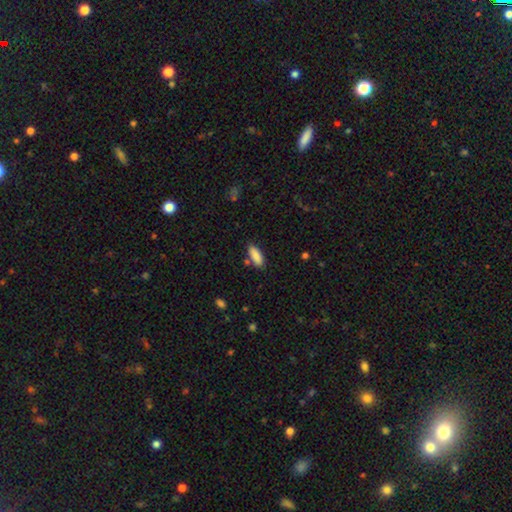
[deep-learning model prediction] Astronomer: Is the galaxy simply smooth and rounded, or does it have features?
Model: smooth — 89%.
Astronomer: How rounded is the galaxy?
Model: in between — 75%.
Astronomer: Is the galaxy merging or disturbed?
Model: none — 82%.